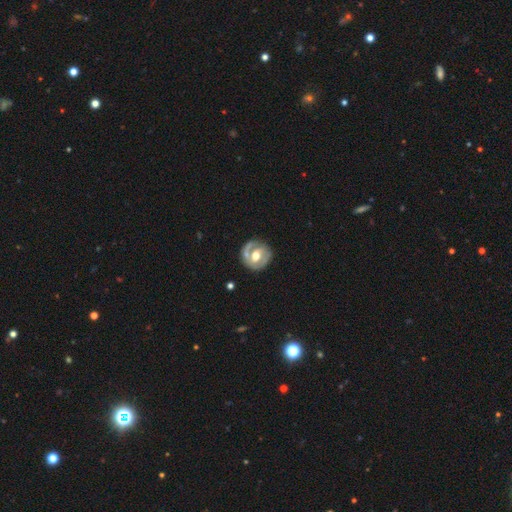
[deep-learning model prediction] Q: Smooth or featured?
A: featured or disk (74%); runner-up: smooth (22%)
Q: Edge-on disk?
A: no (97%); runner-up: yes (3%)
Q: Bar?
A: no (42%); runner-up: weak (41%)
Q: Spiral arms?
A: yes (72%); runner-up: no (28%)
Q: Spiral winding?
A: tight (51%); runner-up: medium (35%)
Q: Spiral arm count?
A: 2 (62%); runner-up: 1 (21%)
Q: Bulge size?
A: moderate (72%); runner-up: large (19%)
Q: Merging?
A: none (71%); runner-up: minor disturbance (17%)